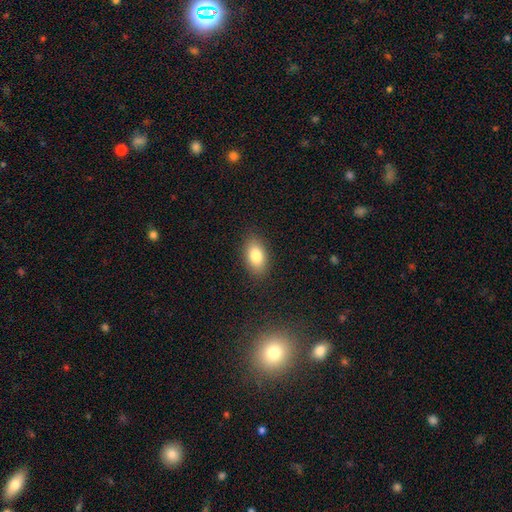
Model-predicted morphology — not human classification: A smooth galaxy with no disk features (82%) that is in between round and cigar-shaped (91%). Merging: none (87%).